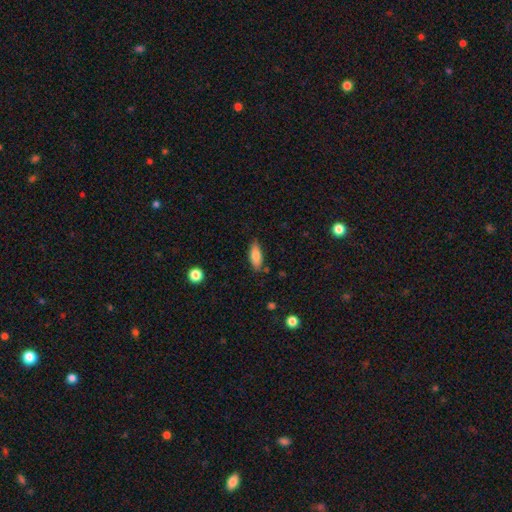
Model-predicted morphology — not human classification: A smooth galaxy with no disk features (80%) that is in between round and cigar-shaped (72%). Merging: none (81%).